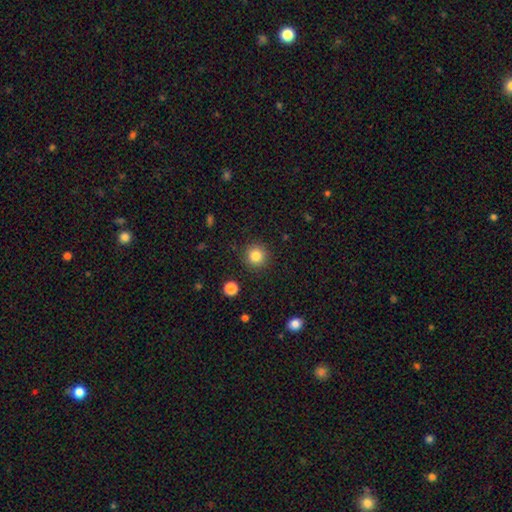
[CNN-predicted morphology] Smooth or featured? smooth (83%)
How rounded? round (94%)
Merging? none (90%)